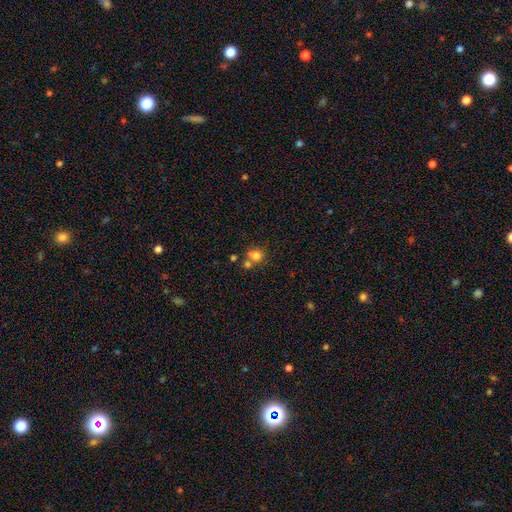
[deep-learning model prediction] A smooth galaxy with no disk features (75%) that is round (84%). Merging: none (49%).